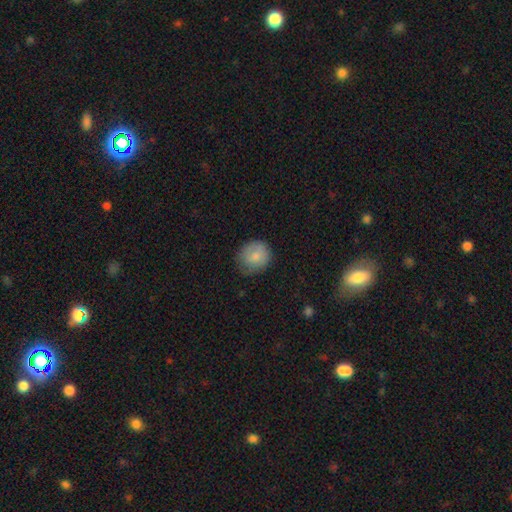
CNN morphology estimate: The model was most divided on "merging": none: 68%, minor disturbance: 25%, major disturbance: 6%, merger: 1%. More confident: smooth or featured — smooth (80%); how rounded — round (78%).